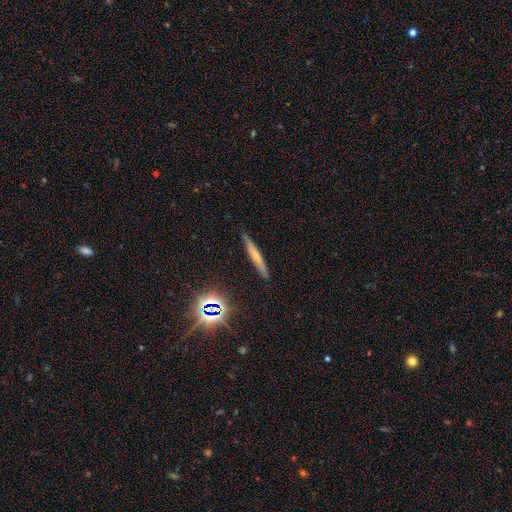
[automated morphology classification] smooth-or-featured: smooth: 51% | featured or disk: 36% | star or artifact: 13%
  how-rounded: cigar-shaped: 94% | in between: 4% | round: 2%
  merging: none: 88% | minor disturbance: 9% | major disturbance: 2% | merger: 1%